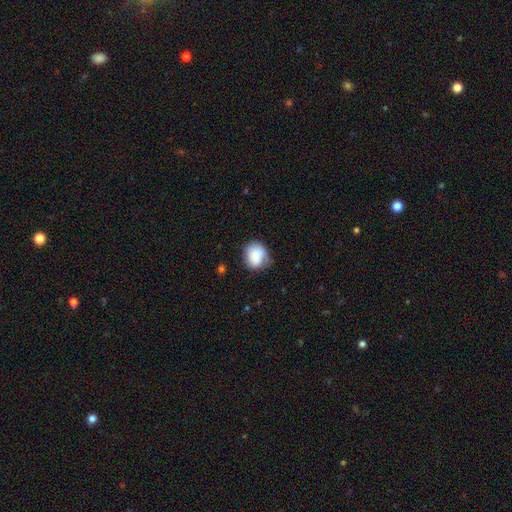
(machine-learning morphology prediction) smooth_or_featured: smooth (p=0.76) [alt: featured or disk p=0.16]
how_rounded: round (p=0.62) [alt: in between p=0.37]
merging: none (p=0.53) [alt: minor disturbance p=0.32]